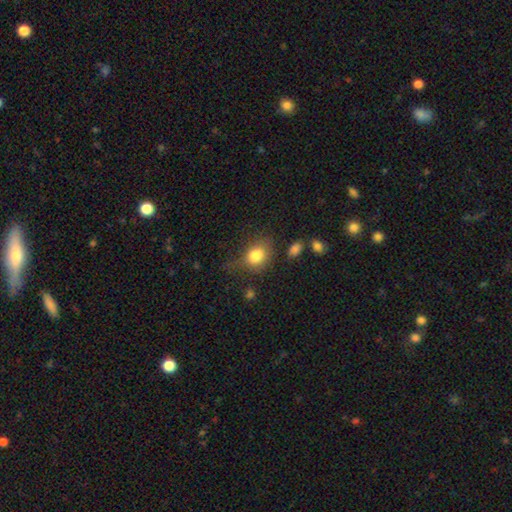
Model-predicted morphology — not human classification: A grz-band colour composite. It shows a smooth galaxy with no disk features (82%) that is in between round and cigar-shaped (52%). Merging: none (53%).